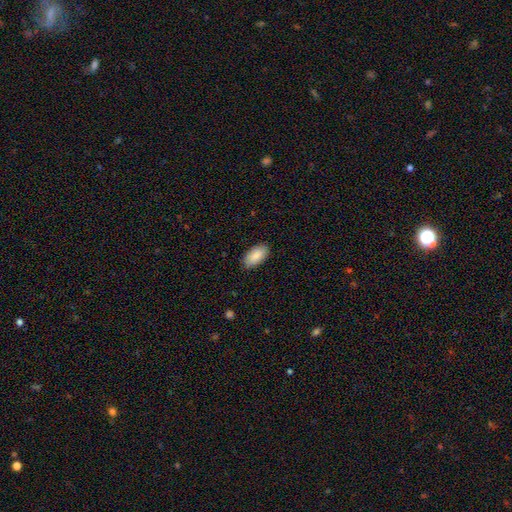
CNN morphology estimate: Smooth or featured? smooth (89%)
How rounded? in between (95%)
Merging? none (86%)